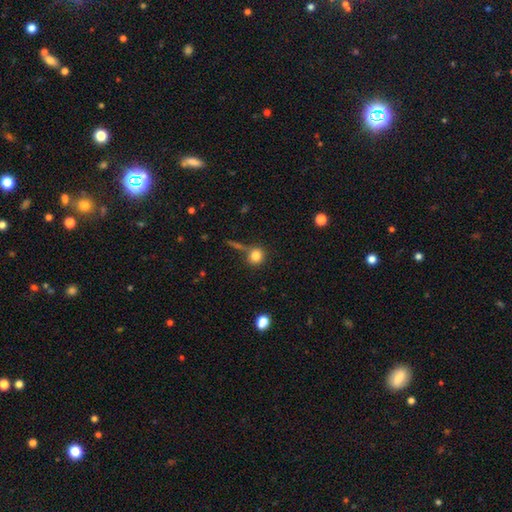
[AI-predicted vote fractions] Smooth or featured? Predicted: smooth (p=0.81). How rounded? Predicted: round (p=0.89). Merging? Predicted: none (p=0.70).